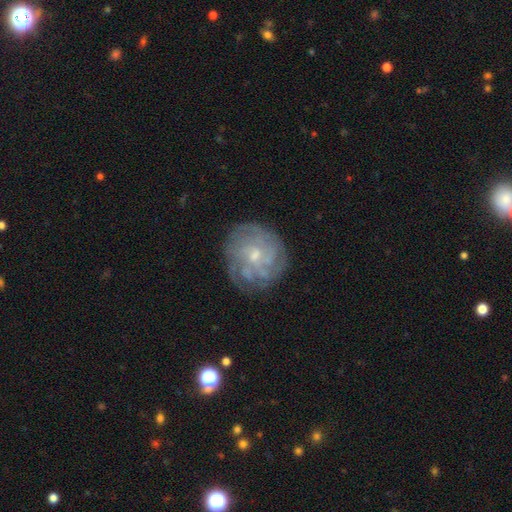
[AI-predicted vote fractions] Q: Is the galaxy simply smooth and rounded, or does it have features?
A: featured or disk — 72%.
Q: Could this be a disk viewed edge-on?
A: no — 97%.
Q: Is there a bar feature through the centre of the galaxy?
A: no — 65%.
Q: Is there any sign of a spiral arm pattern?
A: yes — 84%.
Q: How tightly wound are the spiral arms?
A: tight — 63%.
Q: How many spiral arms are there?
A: can't tell — 50%.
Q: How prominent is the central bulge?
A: small — 56%.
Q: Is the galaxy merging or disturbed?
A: none — 76%.